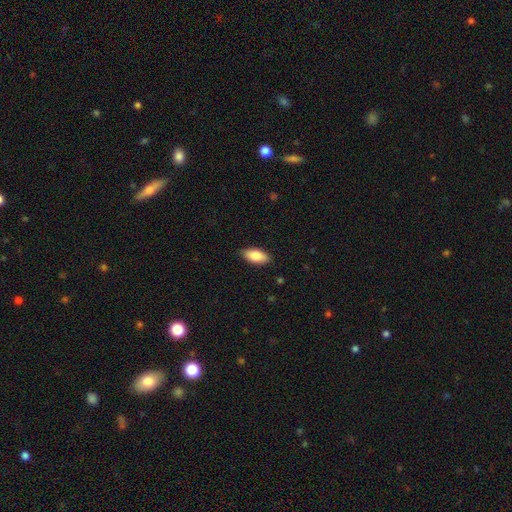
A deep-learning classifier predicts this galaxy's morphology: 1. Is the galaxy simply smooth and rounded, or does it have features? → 84% smooth, 9% featured or disk, 6% star or artifact.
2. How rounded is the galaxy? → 90% in between, 8% cigar-shaped, 2% round.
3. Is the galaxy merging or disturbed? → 86% none, 11% minor disturbance, 2% major disturbance, 1% merger.